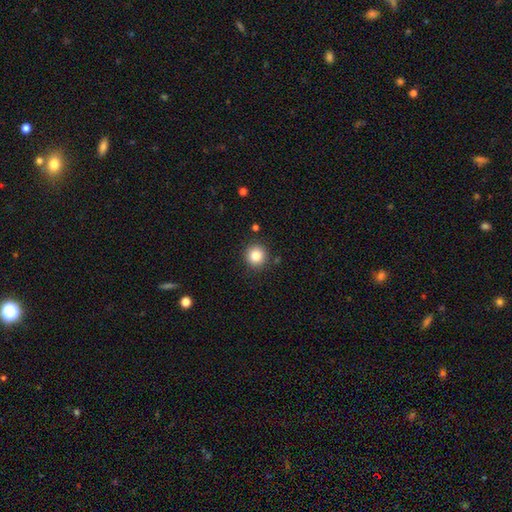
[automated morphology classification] smooth 84%, star or artifact 11%, featured or disk 6%. Down the decision tree: how rounded — round (94%); merging — none (89%).